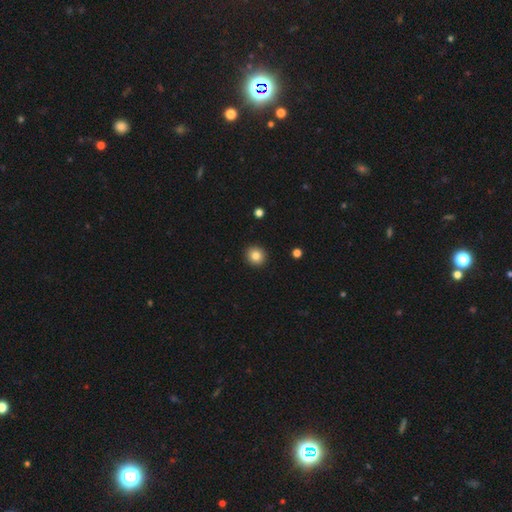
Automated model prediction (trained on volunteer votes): smooth_or_featured: smooth (p=0.84) [alt: star or artifact p=0.10]
how_rounded: round (p=0.90) [alt: in between p=0.09]
merging: none (p=0.92) [alt: minor disturbance p=0.05]